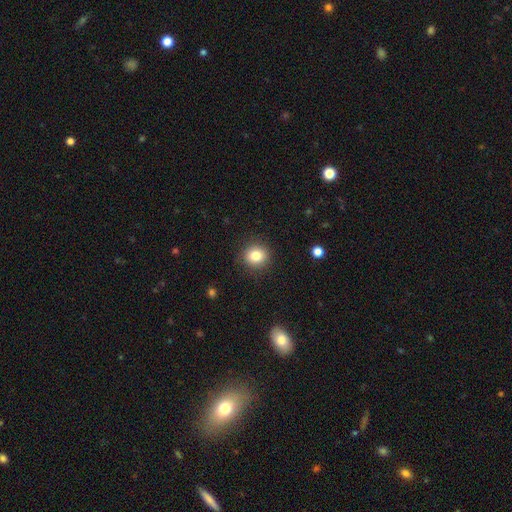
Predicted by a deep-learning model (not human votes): Smooth or featured?
  - smooth: 82% *
  - star or artifact: 11%
  - featured or disk: 7%
How rounded?
  - round: 87% *
  - in between: 12%
  - cigar-shaped: 1%
Merging?
  - none: 90% *
  - minor disturbance: 7%
  - major disturbance: 2%
  - merger: 1%